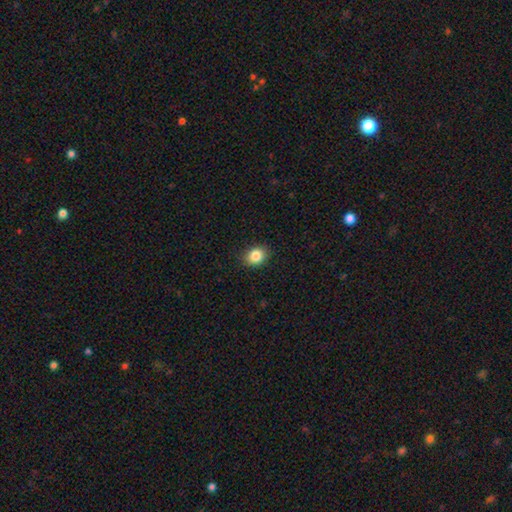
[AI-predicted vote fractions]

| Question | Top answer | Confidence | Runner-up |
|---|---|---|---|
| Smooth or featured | smooth | 85% | star or artifact (10%) |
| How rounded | in between | 51% | round (48%) |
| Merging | none | 87% | minor disturbance (10%) |